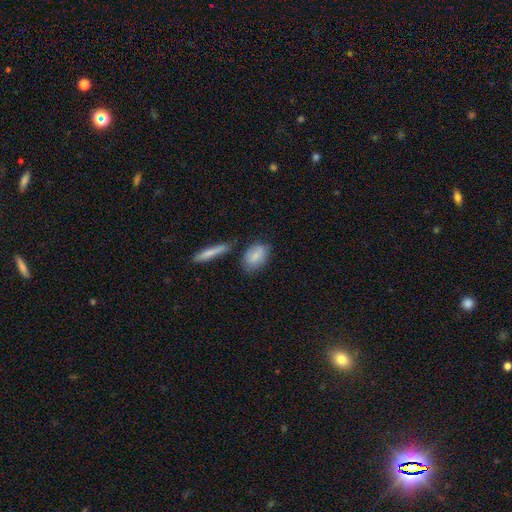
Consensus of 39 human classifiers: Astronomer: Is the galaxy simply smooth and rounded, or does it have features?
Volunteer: smooth — 79%.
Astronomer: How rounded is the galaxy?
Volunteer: in between — 90%.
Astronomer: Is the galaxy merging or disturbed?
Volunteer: none — 70%.